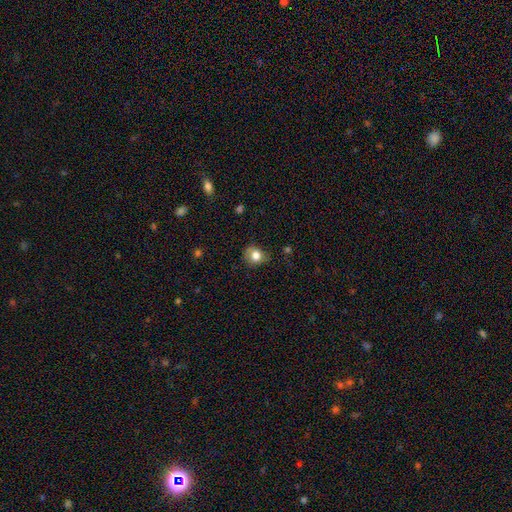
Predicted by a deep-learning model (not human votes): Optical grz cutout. It shows a smooth galaxy with no disk features (80%) that is round (66%). Merging: none (64%).